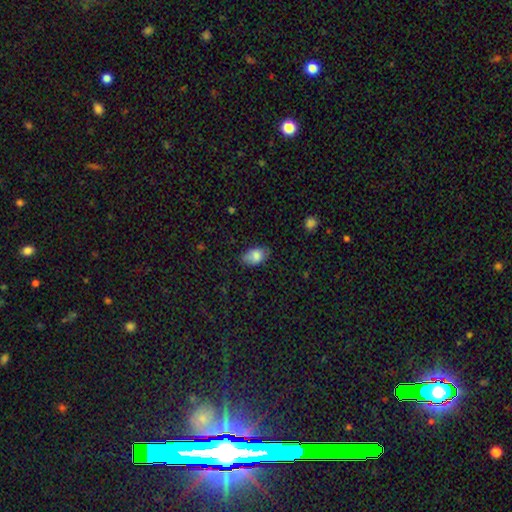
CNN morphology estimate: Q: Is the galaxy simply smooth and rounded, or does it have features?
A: smooth — 82%.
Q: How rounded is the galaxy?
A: in between — 89%.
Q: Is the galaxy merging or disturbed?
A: none — 70%.